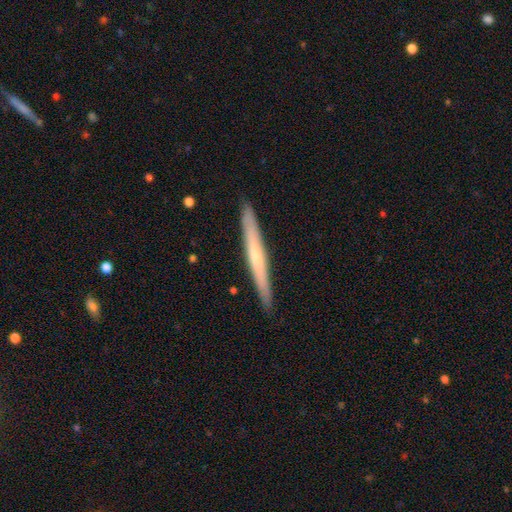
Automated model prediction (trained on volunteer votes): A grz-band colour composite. It shows a smooth galaxy with no disk features (48%). Merging: none (91%).